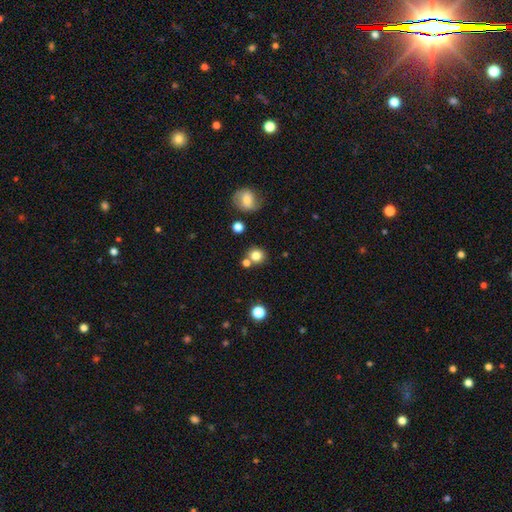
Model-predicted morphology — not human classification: Q: Smooth or featured?
A: smooth (81%); runner-up: star or artifact (12%)
Q: How rounded?
A: round (87%); runner-up: in between (12%)
Q: Merging?
A: none (70%); runner-up: merger (18%)